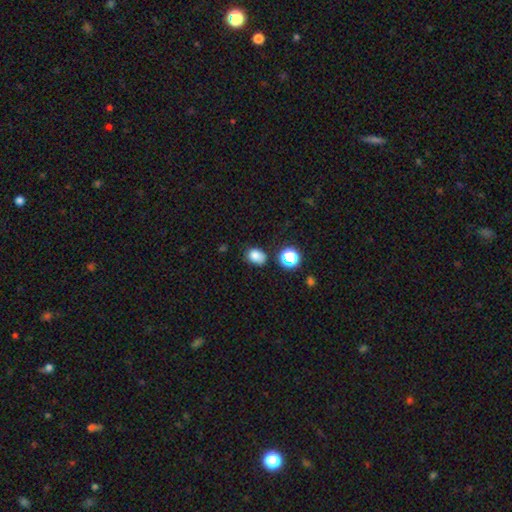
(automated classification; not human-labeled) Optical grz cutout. It shows a smooth galaxy with no disk features (79%) that is in between round and cigar-shaped (62%). Merging: none (70%).